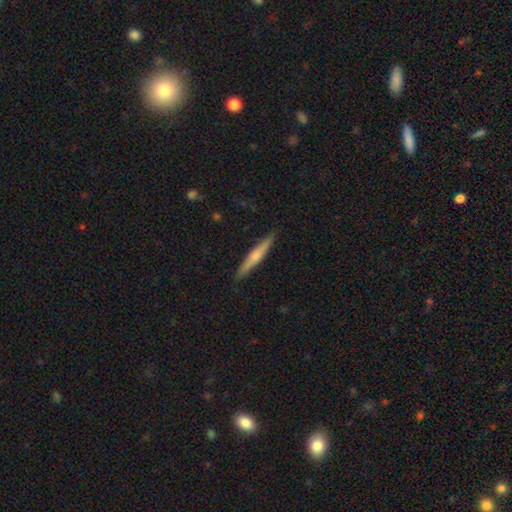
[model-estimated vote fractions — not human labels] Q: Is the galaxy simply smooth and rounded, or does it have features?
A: featured or disk — 50%.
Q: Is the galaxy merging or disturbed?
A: none — 90%.